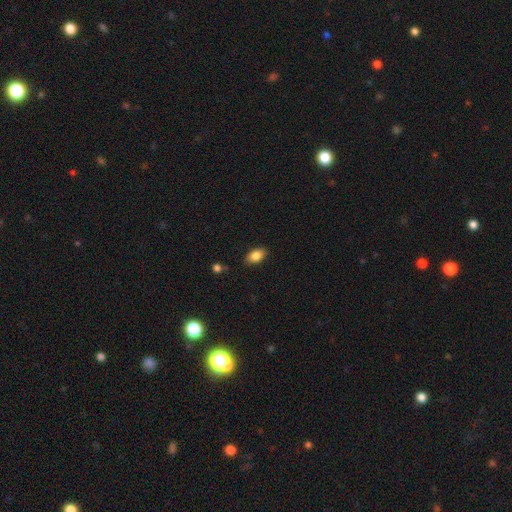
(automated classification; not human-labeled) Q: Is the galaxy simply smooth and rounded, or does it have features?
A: smooth — 85%.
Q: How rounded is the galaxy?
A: in between — 89%.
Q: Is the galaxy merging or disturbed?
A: none — 84%.